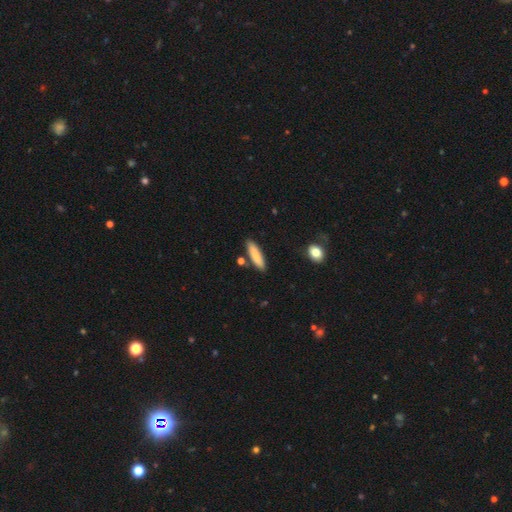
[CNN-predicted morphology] smooth 84%, featured or disk 10%, star or artifact 6%. Down the decision tree: how rounded — cigar-shaped (72%); merging — none (85%).